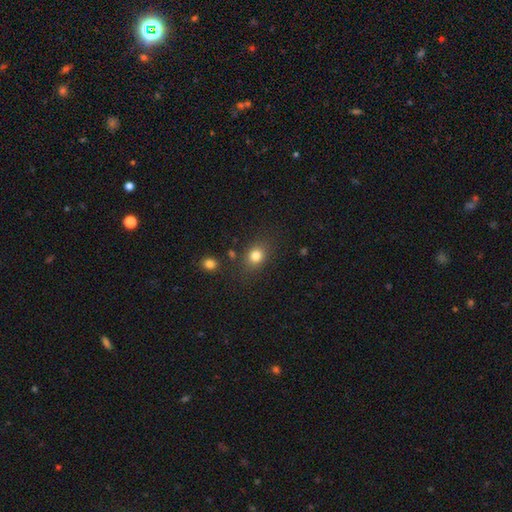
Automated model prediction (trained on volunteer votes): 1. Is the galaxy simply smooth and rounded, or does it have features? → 81% smooth, 12% star or artifact, 7% featured or disk.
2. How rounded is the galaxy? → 58% round, 41% in between, 1% cigar-shaped.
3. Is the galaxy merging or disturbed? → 79% none, 12% minor disturbance, 4% major disturbance, 4% merger.